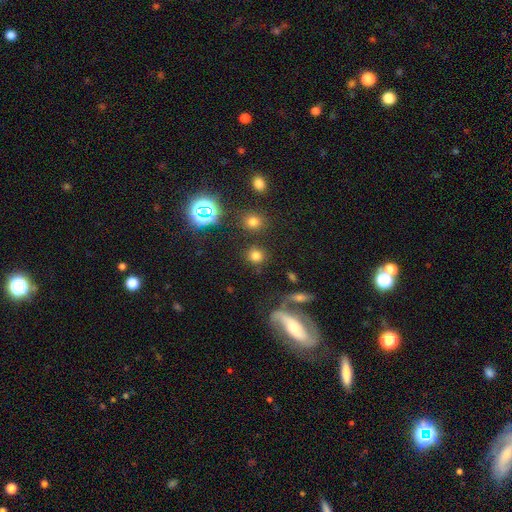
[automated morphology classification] smooth 74%, star or artifact 19%, featured or disk 7%. Down the decision tree: how rounded — round (88%); merging — none (82%).